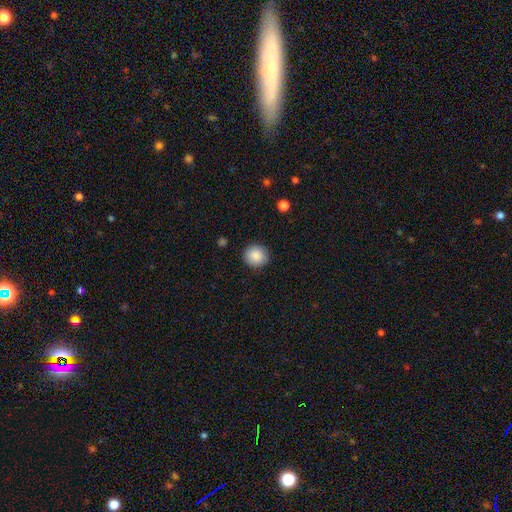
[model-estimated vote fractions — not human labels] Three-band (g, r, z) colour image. It shows a smooth galaxy with no disk features (88%) that is round (89%). Merging: none (90%).